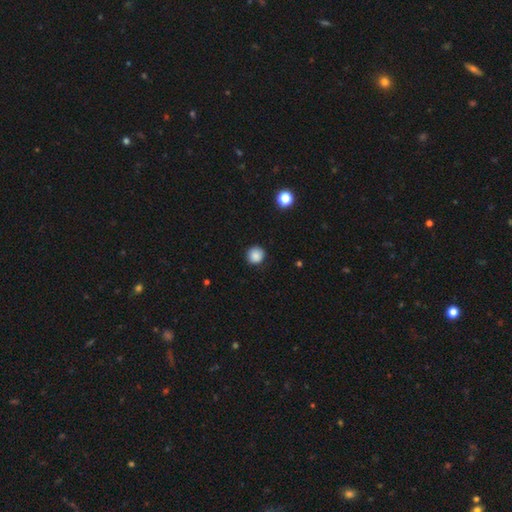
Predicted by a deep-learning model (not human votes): Smooth or featured: smooth — 86% (star or artifact — 10%)
How rounded: round — 93% (in between — 6%)
Merging: none — 88% (minor disturbance — 9%)